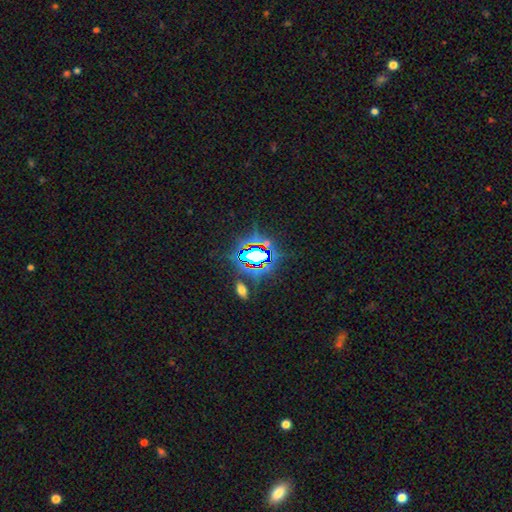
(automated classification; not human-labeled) Smooth or featured: star or artifact — 72% (smooth — 16%)